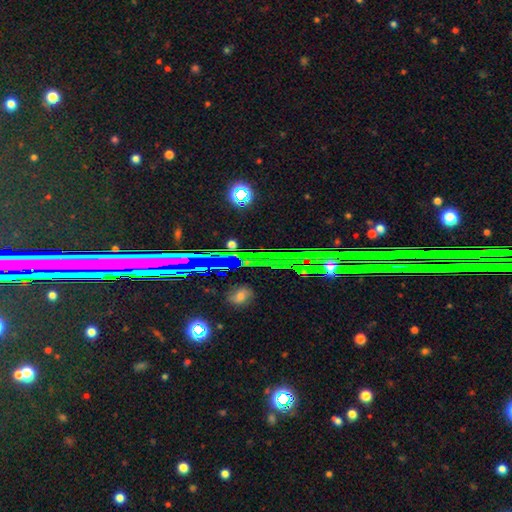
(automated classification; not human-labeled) This is likely a star or artifact rather than a galaxy (70%).